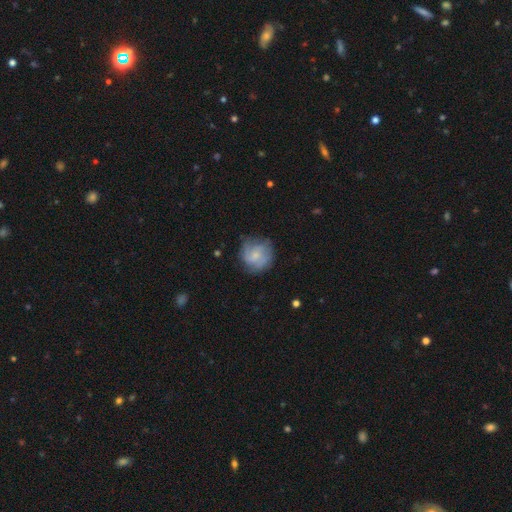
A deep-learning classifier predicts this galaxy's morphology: Smooth or featured: featured or disk — 50% (smooth — 43%)
Edge-on disk: no — 98% (yes — 2%)
Merging: none — 70% (minor disturbance — 21%)